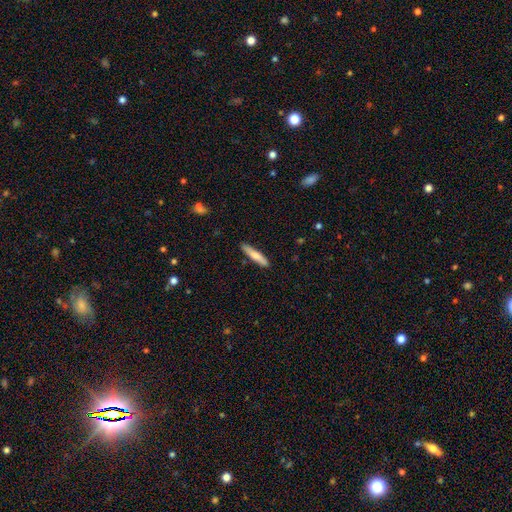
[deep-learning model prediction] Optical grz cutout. It shows a smooth galaxy with no disk features (72%) that is cigar-shaped (88%). Merging: none (86%).